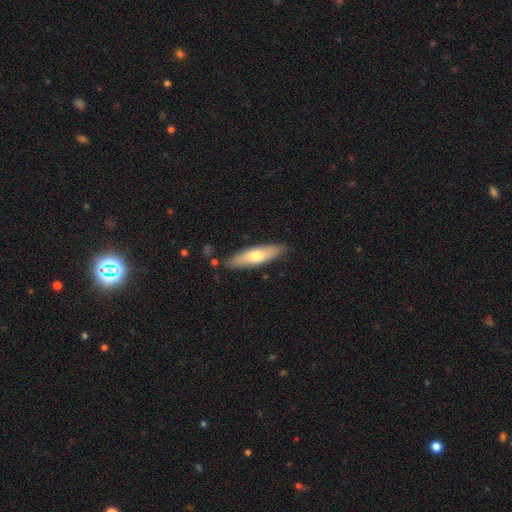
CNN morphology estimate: smooth_or_featured: smooth (p=0.63) [alt: featured or disk p=0.32]
how_rounded: cigar-shaped (p=0.65) [alt: in between p=0.34]
merging: none (p=0.85) [alt: minor disturbance p=0.11]